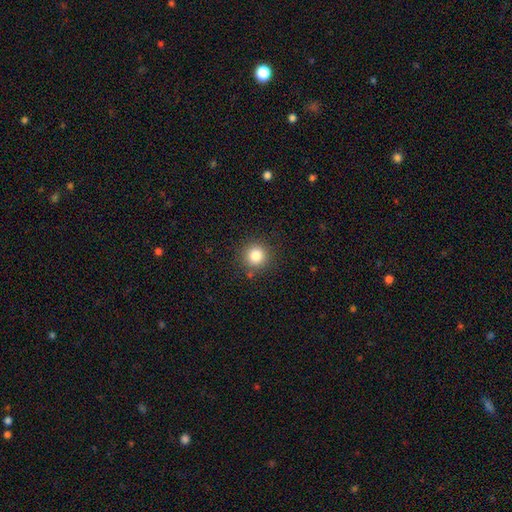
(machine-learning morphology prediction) Smooth or featured? smooth (83%)
How rounded? round (94%)
Merging? none (88%)